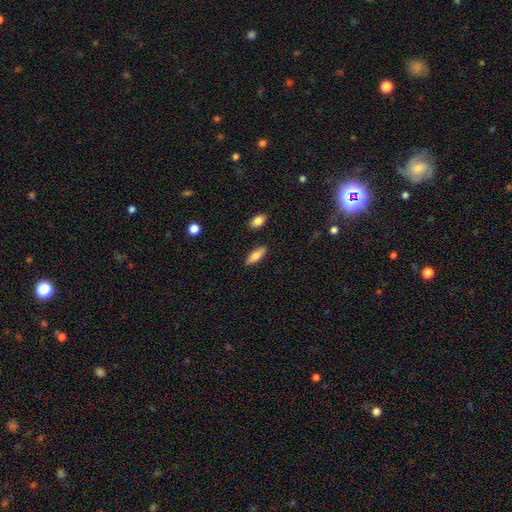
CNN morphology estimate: The model was most divided on "how rounded": in between: 64%, cigar-shaped: 34%, round: 2%. More confident: merging — none (87%); smooth or featured — smooth (73%).